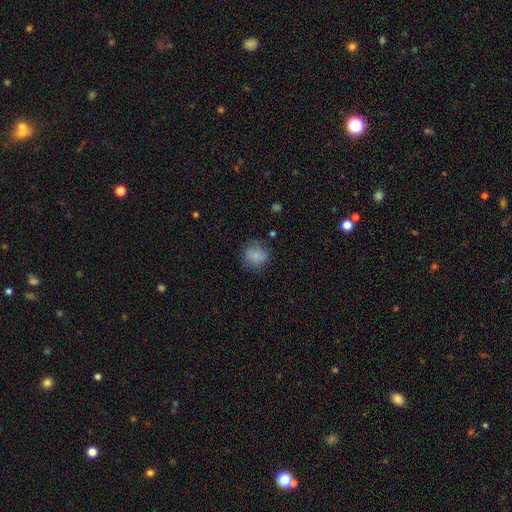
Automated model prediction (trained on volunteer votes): This appears to be a smooth galaxy with no disk features (82%) that is round (81%). Merging: none (73%).